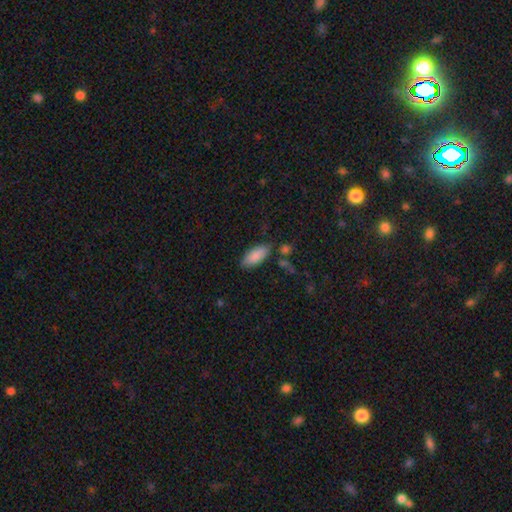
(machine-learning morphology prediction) A smooth galaxy with no disk features (86%) that is in between round and cigar-shaped (85%). Merging: none (77%).